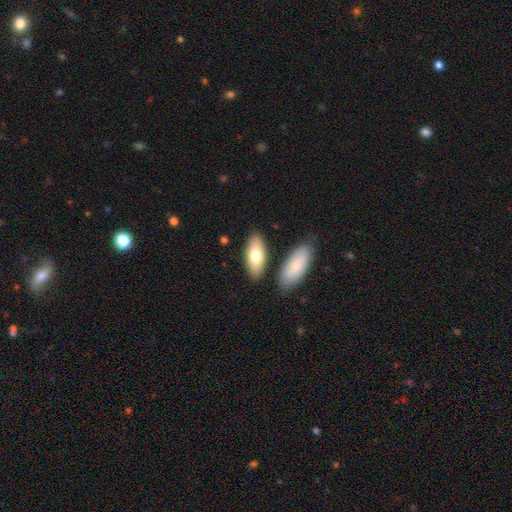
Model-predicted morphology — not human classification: smooth-or-featured: smooth: 75% | featured or disk: 19% | star or artifact: 6%
  how-rounded: in between: 84% | cigar-shaped: 14% | round: 2%
  merging: none: 79% | minor disturbance: 10% | merger: 8% | major disturbance: 3%